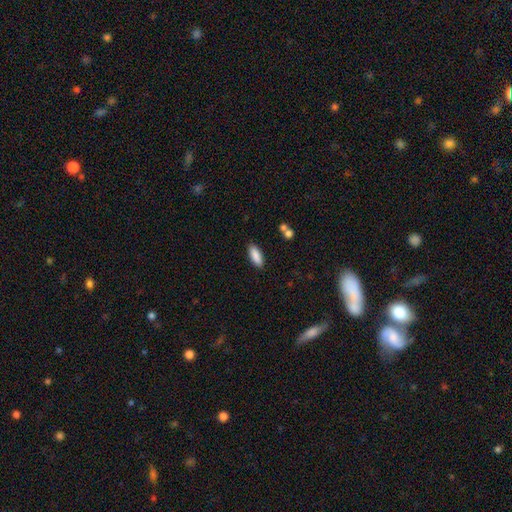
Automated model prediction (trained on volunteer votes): A smooth galaxy with no disk features (88%) that is in between round and cigar-shaped (74%).

Vote fractions:
- Smooth or featured? smooth: 88% / star or artifact: 6% / featured or disk: 6%
- How rounded? in between: 74% / cigar-shaped: 24% / round: 2%
- Merging? none: 87% / minor disturbance: 9% / major disturbance: 2% / merger: 2%